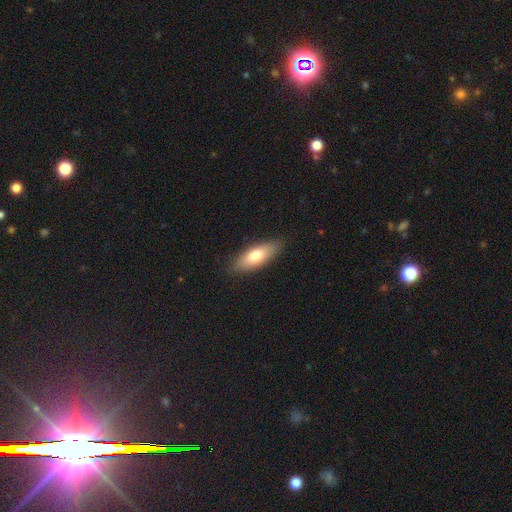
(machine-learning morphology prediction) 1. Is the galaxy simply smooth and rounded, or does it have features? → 73% smooth, 21% featured or disk, 6% star or artifact.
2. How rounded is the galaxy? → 67% in between, 30% cigar-shaped, 2% round.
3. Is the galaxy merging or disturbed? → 85% none, 11% minor disturbance, 2% major disturbance, 1% merger.